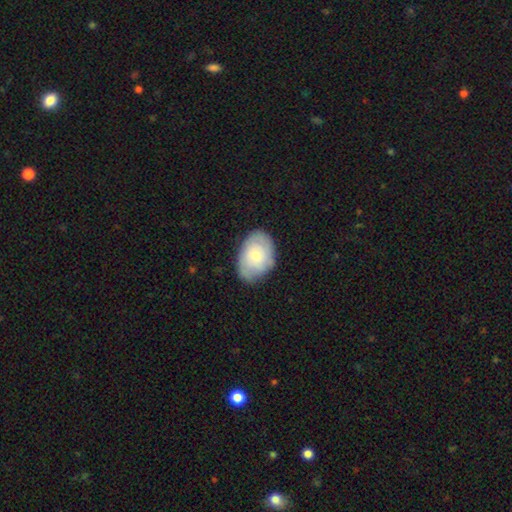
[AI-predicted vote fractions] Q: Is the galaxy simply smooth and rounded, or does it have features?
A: smooth — 67%.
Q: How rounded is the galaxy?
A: in between — 81%.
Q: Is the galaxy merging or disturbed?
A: none — 72%.